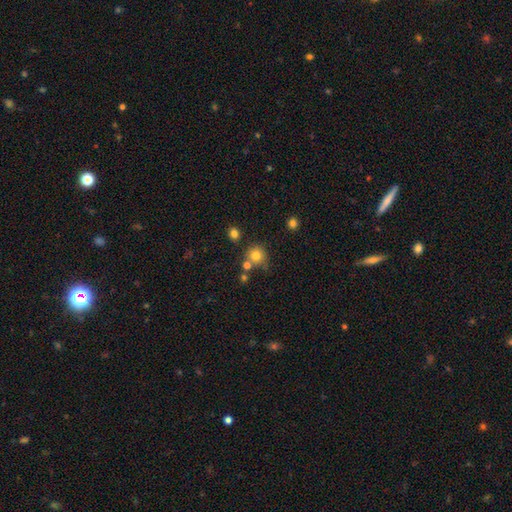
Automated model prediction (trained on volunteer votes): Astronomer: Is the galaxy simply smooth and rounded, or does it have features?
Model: smooth — 78%.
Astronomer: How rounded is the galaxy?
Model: round — 89%.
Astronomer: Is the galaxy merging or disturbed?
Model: none — 65%.